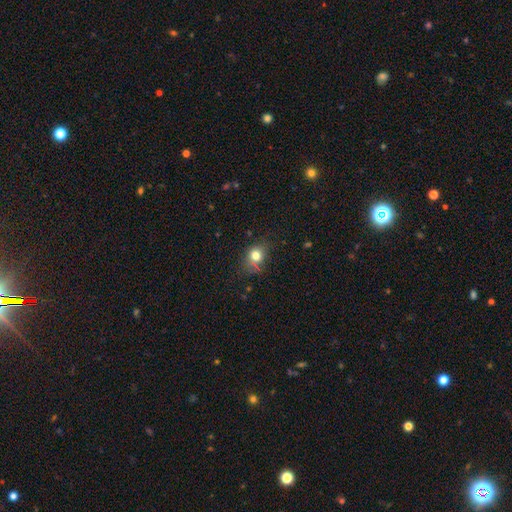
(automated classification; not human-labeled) smooth_or_featured: smooth (p=0.77) [alt: star or artifact p=0.13]
how_rounded: in between (p=0.50) [alt: round p=0.48]
merging: none (p=0.64) [alt: minor disturbance p=0.25]